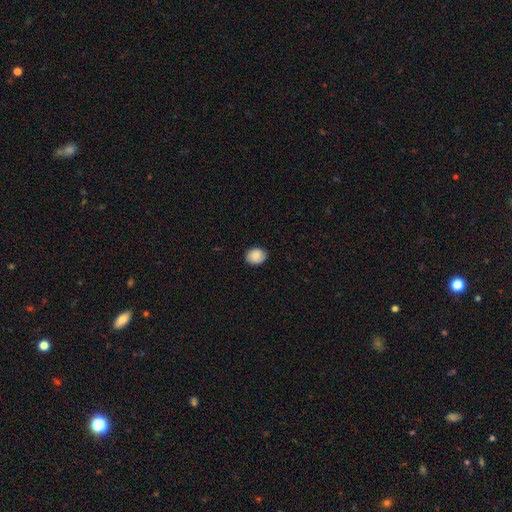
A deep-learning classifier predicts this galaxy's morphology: This appears to be a smooth galaxy with no disk features (85%) that is round (50%). Merging: none (85%).